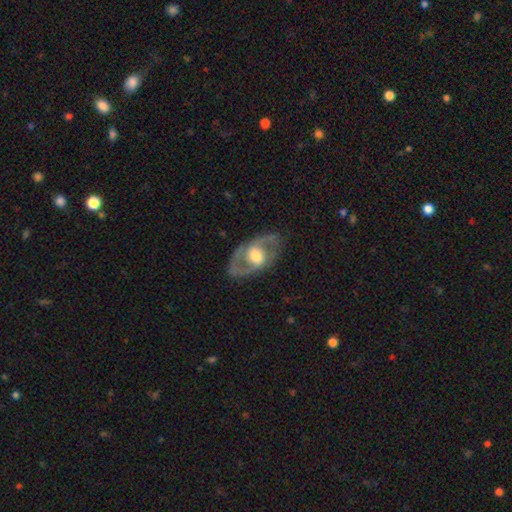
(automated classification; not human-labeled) Smooth or featured: featured or disk — 76% (smooth — 19%)
Edge-on disk: no — 92% (yes — 8%)
Bar: no — 47% (weak — 36%)
Spiral arms: yes — 70% (no — 30%)
Bulge size: moderate — 55% (large — 33%)
Merging: none — 78% (minor disturbance — 13%)